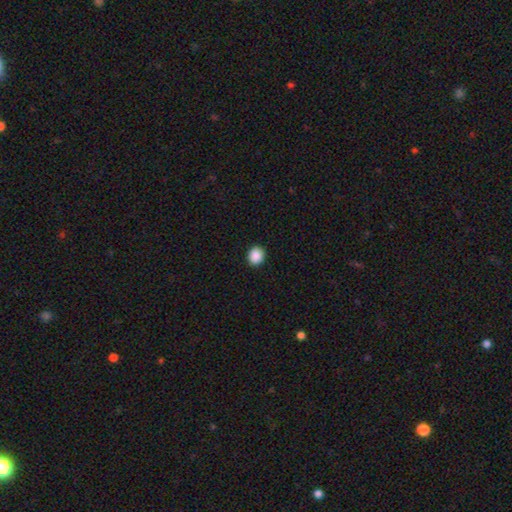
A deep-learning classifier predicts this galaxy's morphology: type=smooth (89%); roundness=round (73%); merging=none (92%).